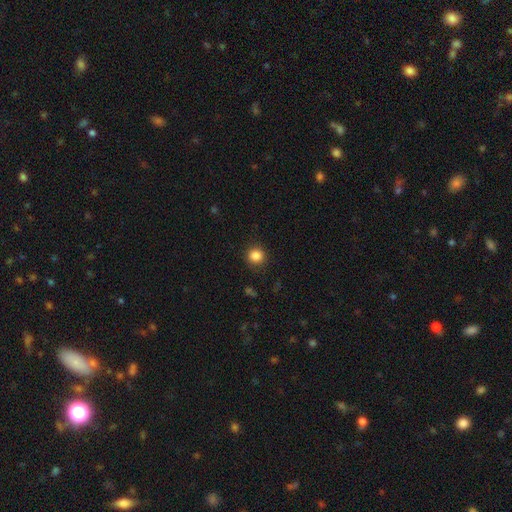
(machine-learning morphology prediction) Overall: smooth (86%). How rounded: round (91%). Merging: none (89%).